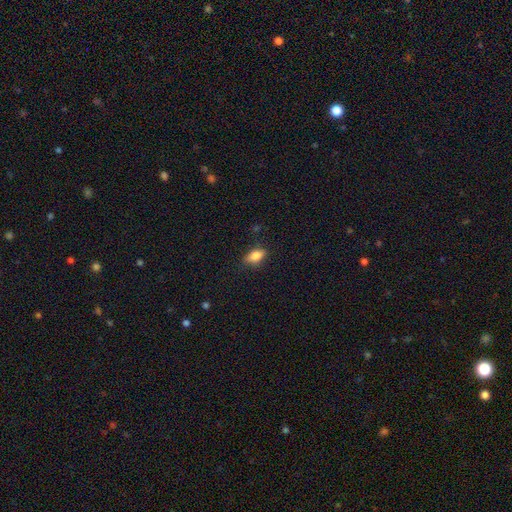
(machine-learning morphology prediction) This appears to be a smooth galaxy with no disk features (77%) that is in between round and cigar-shaped (82%). Merging: none (79%).